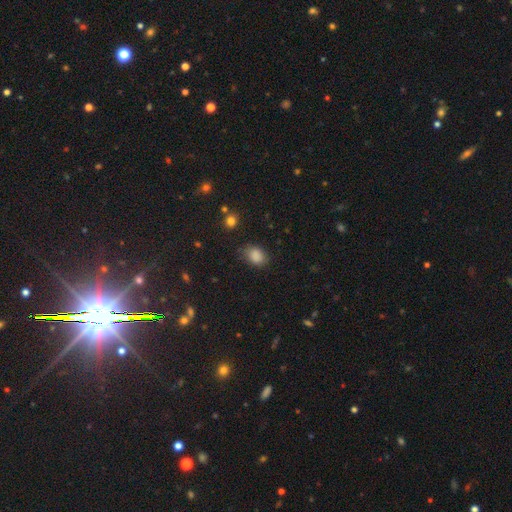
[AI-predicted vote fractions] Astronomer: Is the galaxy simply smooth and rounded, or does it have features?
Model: smooth — 86%.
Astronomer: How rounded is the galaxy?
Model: in between — 72%.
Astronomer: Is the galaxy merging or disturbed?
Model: none — 75%.